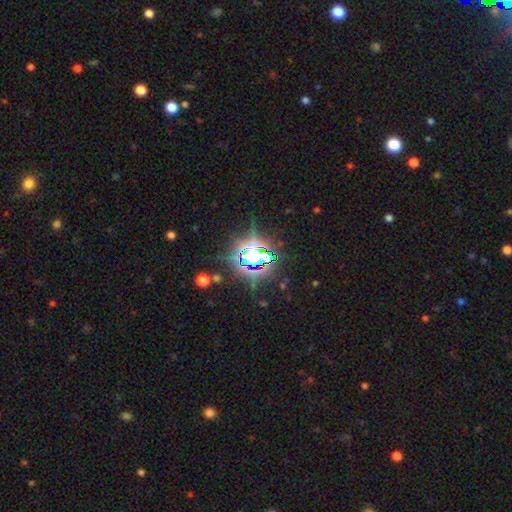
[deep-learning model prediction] Overall: star or artifact (75%).